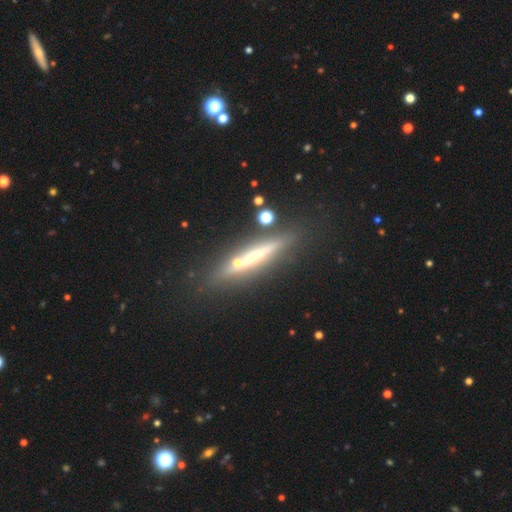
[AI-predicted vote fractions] Smooth or featured? Predicted: featured or disk (p=0.58). Edge-on disk? Predicted: yes (p=0.90). Edge-on bulge? Predicted: none (p=0.48). Merging? Predicted: none (p=0.78).